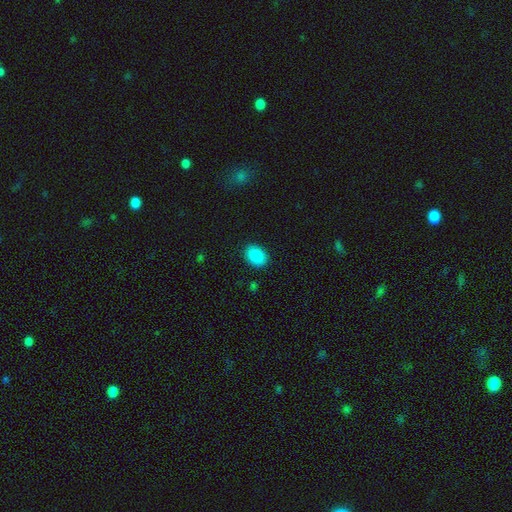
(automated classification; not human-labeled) This is clearly a smooth galaxy (89%). How rounded: likely in between (71%). Merging: clearly none (89%).